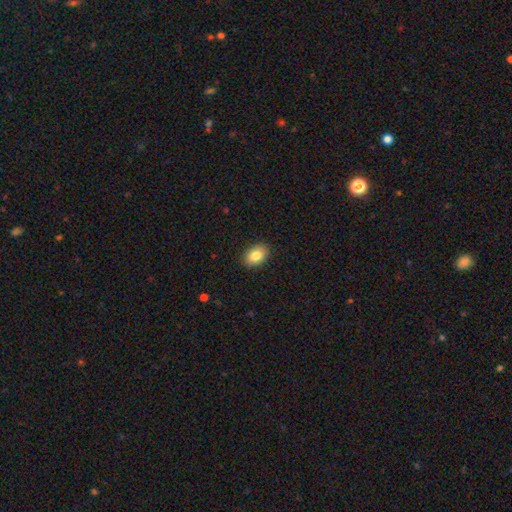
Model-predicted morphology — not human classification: smooth 84%, star or artifact 8%, featured or disk 8%. Down the decision tree: how rounded — in between (81%); merging — none (89%).